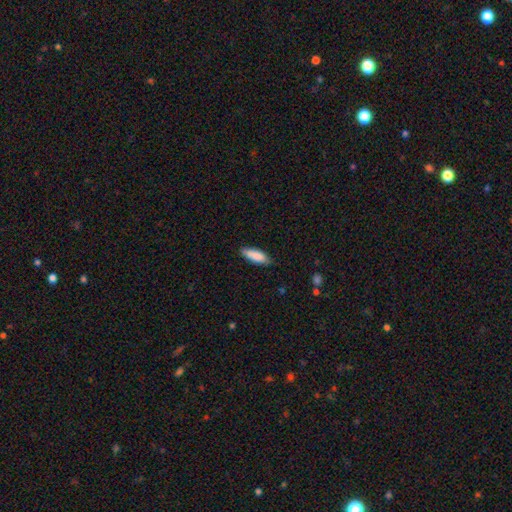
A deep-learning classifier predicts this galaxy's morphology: Smooth or featured?
  - smooth: 87% *
  - featured or disk: 8%
  - star or artifact: 6%
How rounded?
  - in between: 58% *
  - cigar-shaped: 40%
  - round: 2%
Merging?
  - none: 81% *
  - minor disturbance: 15%
  - major disturbance: 2%
  - merger: 1%